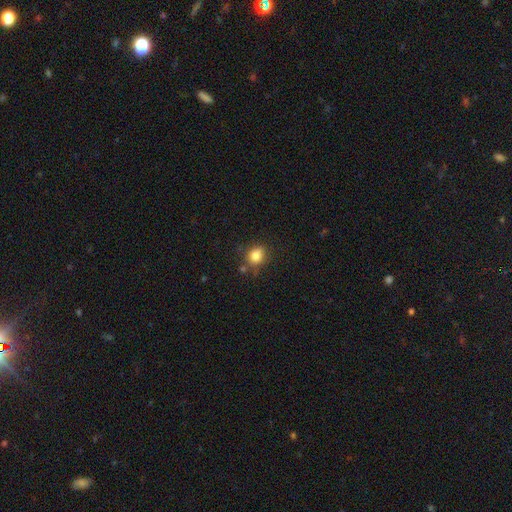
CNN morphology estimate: Q: Smooth or featured?
A: smooth (83%); runner-up: star or artifact (11%)
Q: How rounded?
A: round (62%); runner-up: in between (37%)
Q: Merging?
A: none (72%); runner-up: minor disturbance (16%)